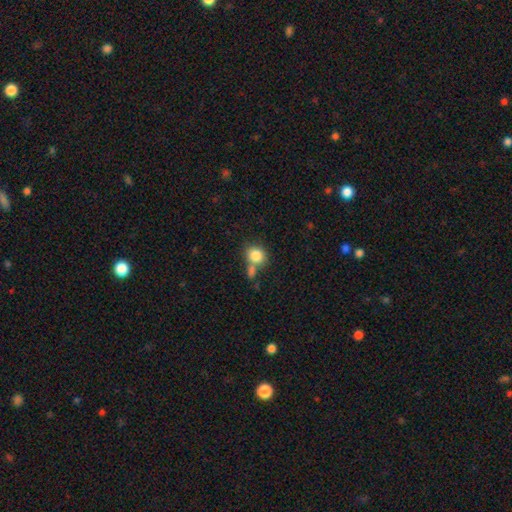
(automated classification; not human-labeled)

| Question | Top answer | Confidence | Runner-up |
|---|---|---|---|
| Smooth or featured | smooth | 83% | star or artifact (9%) |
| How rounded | round | 68% | in between (30%) |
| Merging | none | 48% | merger (33%) |